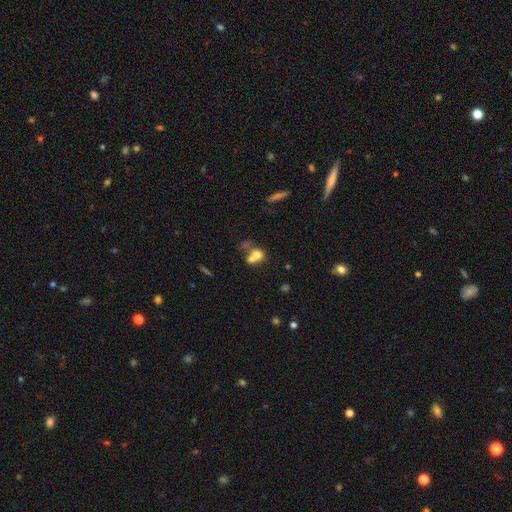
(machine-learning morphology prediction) Smooth or featured? smooth (67%)
How rounded? round (54%)
Merging? merger (63%)